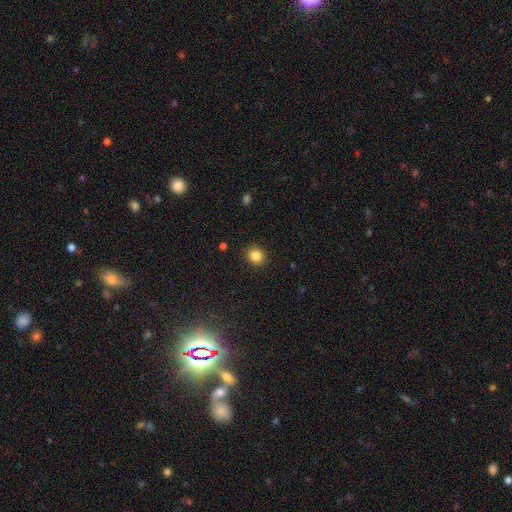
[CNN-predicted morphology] Smooth or featured?
  - smooth: 84% *
  - star or artifact: 11%
  - featured or disk: 5%
How rounded?
  - round: 82% *
  - in between: 18%
  - cigar-shaped: 1%
Merging?
  - none: 91% *
  - minor disturbance: 6%
  - major disturbance: 2%
  - merger: 1%